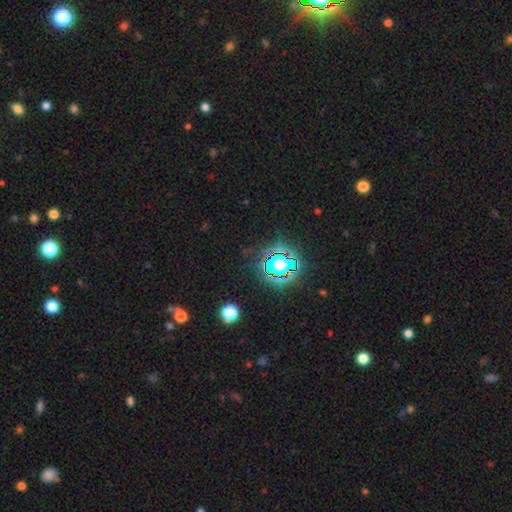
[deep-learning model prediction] This appears to be a star or artifact, not a galaxy (80%).